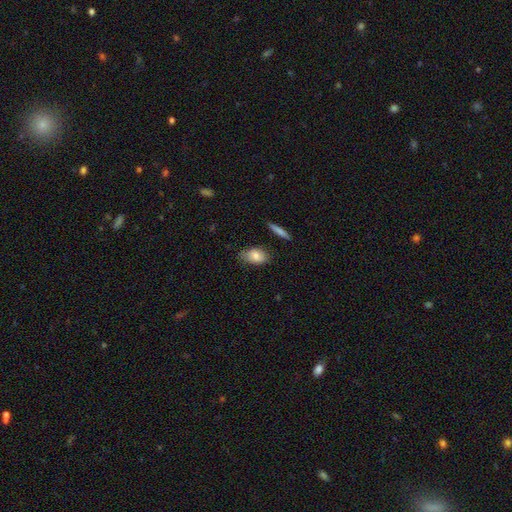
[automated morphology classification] Smooth or featured?
  - smooth: 80% *
  - featured or disk: 13%
  - star or artifact: 7%
How rounded?
  - in between: 90% *
  - round: 7%
  - cigar-shaped: 4%
Merging?
  - none: 68% *
  - minor disturbance: 25%
  - major disturbance: 5%
  - merger: 2%